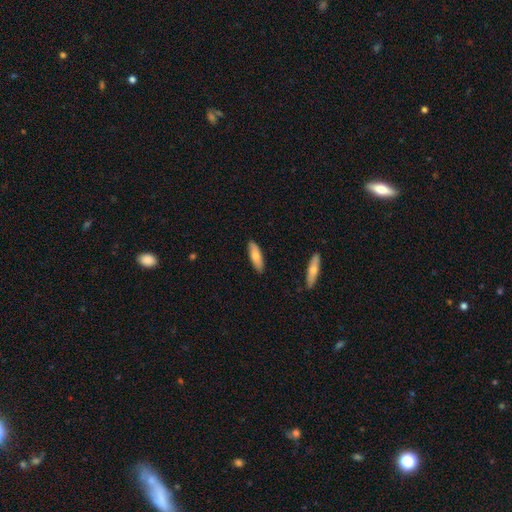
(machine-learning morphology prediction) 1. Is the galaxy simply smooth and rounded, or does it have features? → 72% smooth, 22% featured or disk, 6% star or artifact.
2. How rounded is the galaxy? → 55% cigar-shaped, 43% in between, 2% round.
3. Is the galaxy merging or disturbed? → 88% none, 9% minor disturbance, 2% merger, 2% major disturbance.